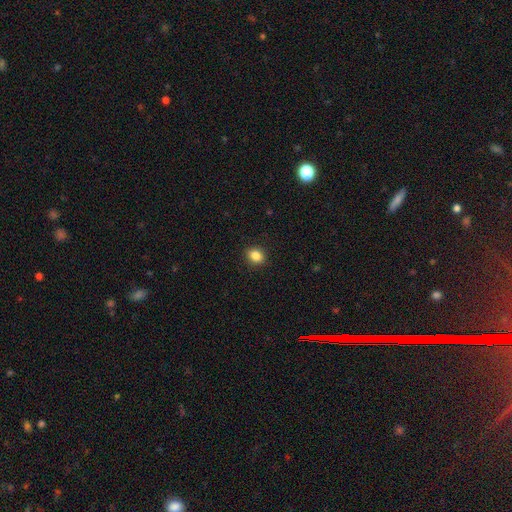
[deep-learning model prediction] Morphology: type=smooth (86%); roundness=round (60%); merging=none (91%).